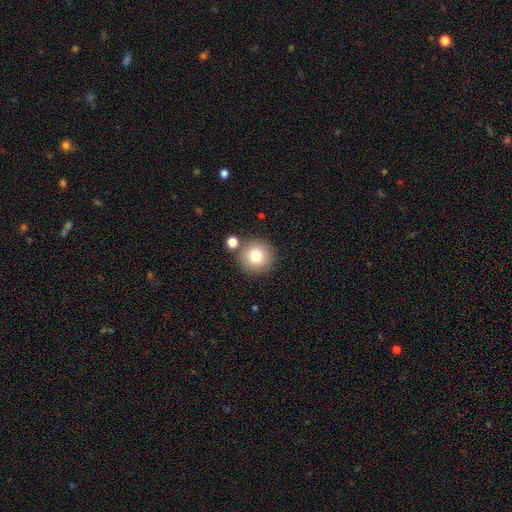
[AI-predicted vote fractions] Smooth or featured? smooth (79%)
How rounded? round (95%)
Merging? none (81%)